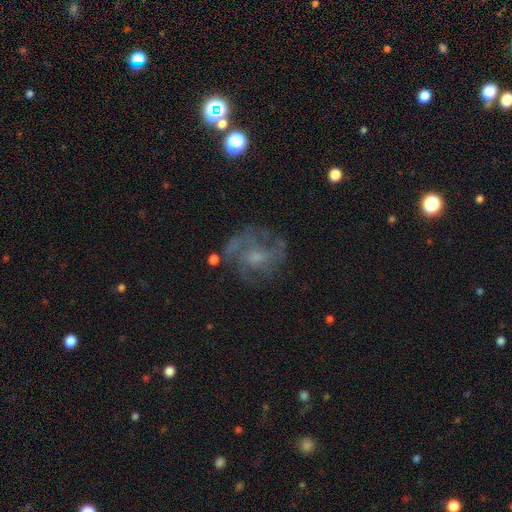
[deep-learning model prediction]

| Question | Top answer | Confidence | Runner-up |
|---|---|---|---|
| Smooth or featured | featured or disk | 68% | smooth (18%) |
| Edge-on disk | no | 97% | yes (3%) |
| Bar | no | 58% | weak (36%) |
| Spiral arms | yes | 74% | no (26%) |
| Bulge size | small | 45% | moderate (32%) |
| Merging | none | 60% | major disturbance (19%) |